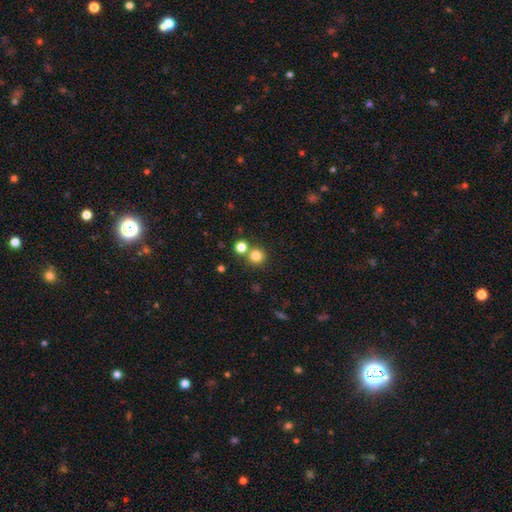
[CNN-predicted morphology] Q: Smooth or featured?
A: smooth (80%); runner-up: star or artifact (14%)
Q: How rounded?
A: round (93%); runner-up: in between (6%)
Q: Merging?
A: none (71%); runner-up: merger (20%)